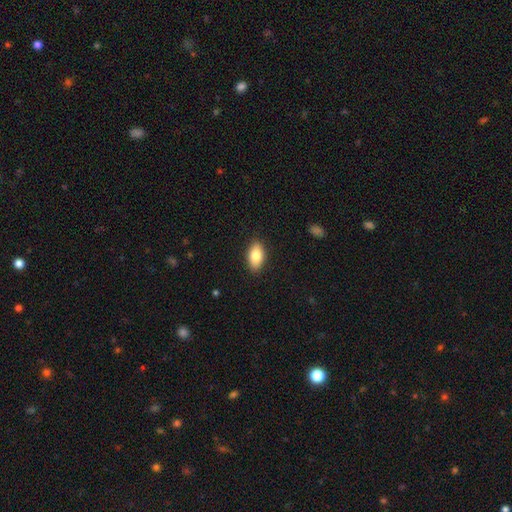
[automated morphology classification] Smooth or featured?
  - smooth: 81% *
  - featured or disk: 12%
  - star or artifact: 7%
How rounded?
  - in between: 91% *
  - cigar-shaped: 5%
  - round: 4%
Merging?
  - none: 88% *
  - minor disturbance: 9%
  - major disturbance: 2%
  - merger: 1%